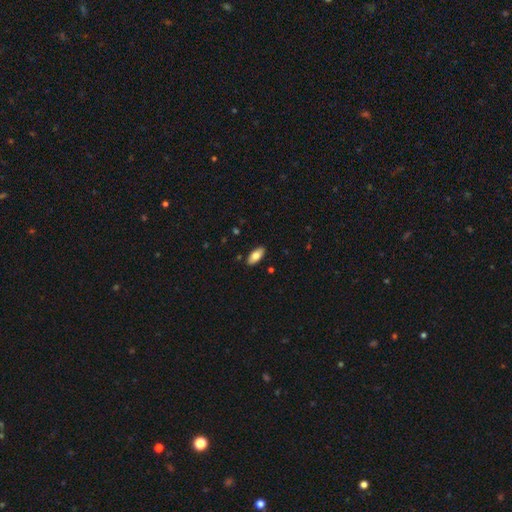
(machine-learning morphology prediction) A smooth galaxy with no disk features (78%) that is in between round and cigar-shaped (90%). Merging: none (89%).